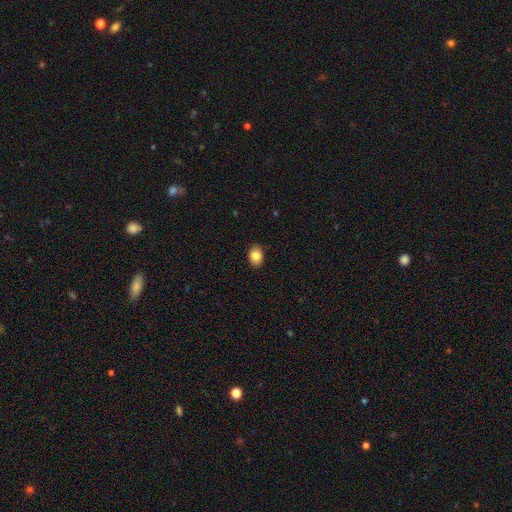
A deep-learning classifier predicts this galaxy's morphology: A smooth galaxy with no disk features (86%) that is in between round and cigar-shaped (74%). Merging: none (87%).